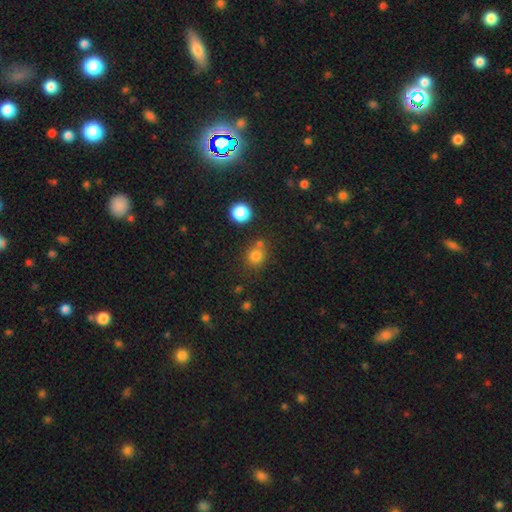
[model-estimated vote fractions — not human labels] Smooth or featured? smooth (78%)
How rounded? round (83%)
Merging? none (69%)